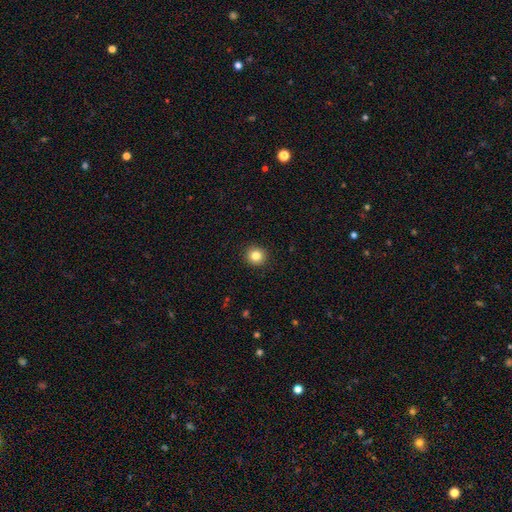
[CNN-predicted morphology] smooth 84%, star or artifact 11%, featured or disk 6%. Down the decision tree: how rounded — round (92%); merging — none (93%).